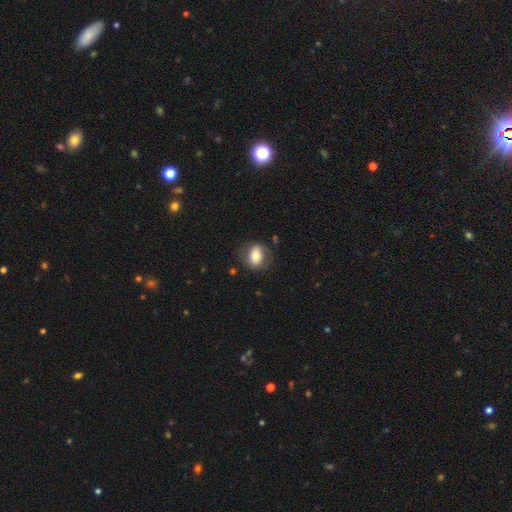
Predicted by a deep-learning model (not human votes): Smooth or featured? smooth (65%)
How rounded? in between (59%)
Merging? none (75%)